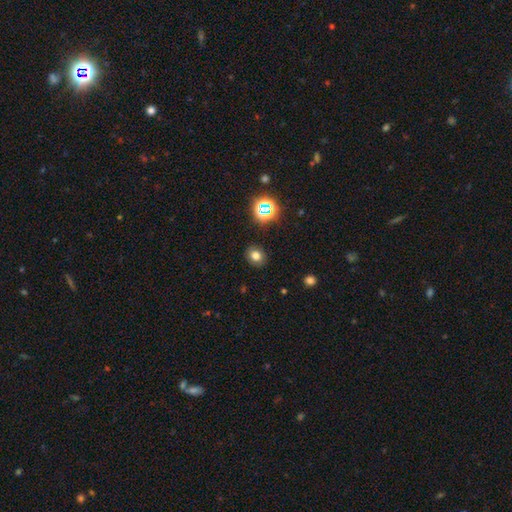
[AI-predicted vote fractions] Smooth or featured?
  - smooth: 73% *
  - star or artifact: 18%
  - featured or disk: 9%
How rounded?
  - round: 63% *
  - in between: 36%
  - cigar-shaped: 1%
Merging?
  - none: 88% *
  - minor disturbance: 8%
  - major disturbance: 3%
  - merger: 1%